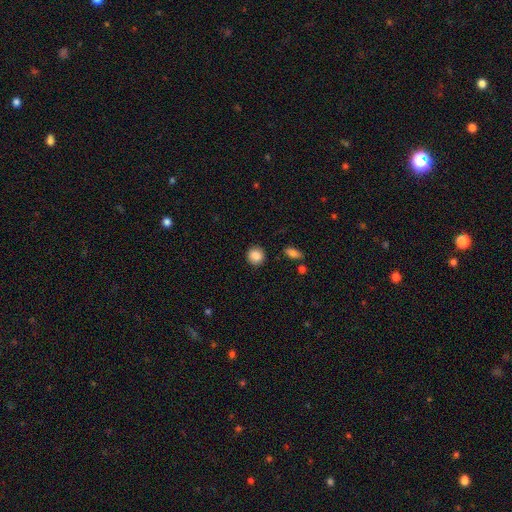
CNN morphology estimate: Smooth or featured? Predicted: smooth (p=0.88). How rounded? Predicted: round (p=0.88). Merging? Predicted: none (p=0.89).